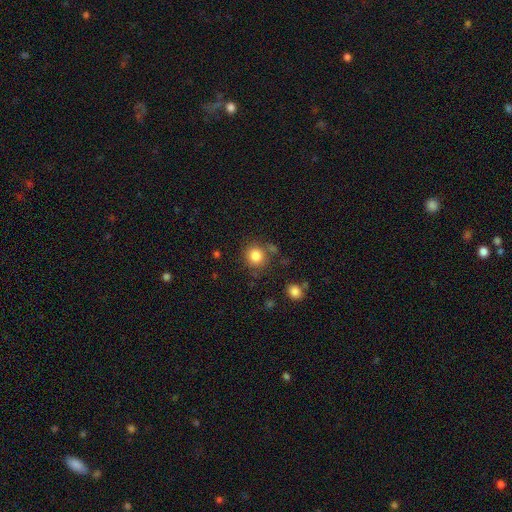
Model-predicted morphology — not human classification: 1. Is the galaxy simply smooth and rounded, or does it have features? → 83% smooth, 11% star or artifact, 6% featured or disk.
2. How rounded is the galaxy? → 88% round, 11% in between, 1% cigar-shaped.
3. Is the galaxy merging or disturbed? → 77% none, 12% minor disturbance, 7% merger, 4% major disturbance.